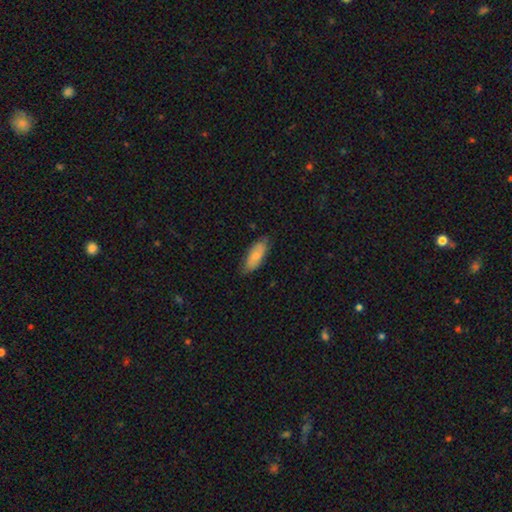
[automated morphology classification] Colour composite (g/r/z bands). It shows a smooth galaxy with no disk features (72%) that is in between round and cigar-shaped (82%). Merging: none (76%).